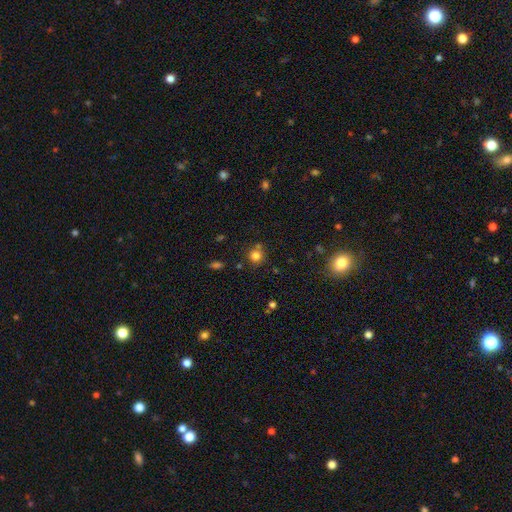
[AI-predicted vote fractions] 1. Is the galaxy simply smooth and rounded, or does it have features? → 79% smooth, 15% star or artifact, 7% featured or disk.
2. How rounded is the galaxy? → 90% round, 9% in between, 1% cigar-shaped.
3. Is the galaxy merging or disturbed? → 73% none, 12% merger, 11% minor disturbance, 4% major disturbance.